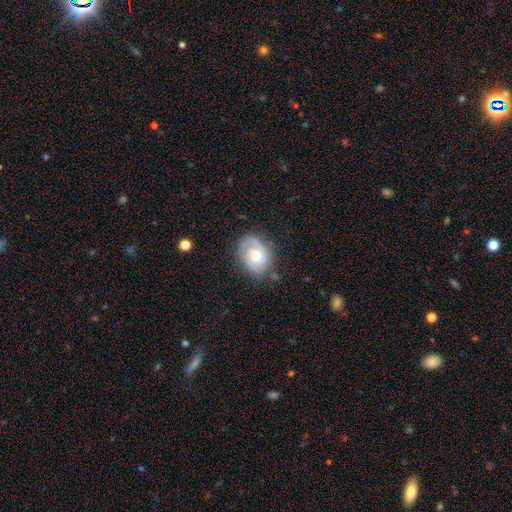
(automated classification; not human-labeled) A featured or disk galaxy (55%) with no bar (80%), spiral arms (72%) and a moderate central bulge (66%). Merging: none (63%).